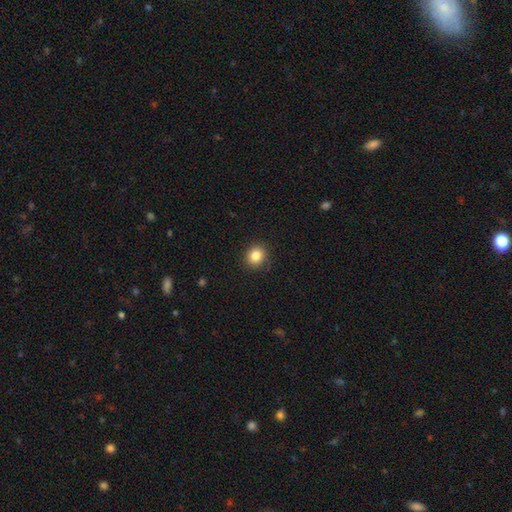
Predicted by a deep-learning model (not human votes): A smooth galaxy with no disk features (84%) that is round (84%). Merging: none (89%).